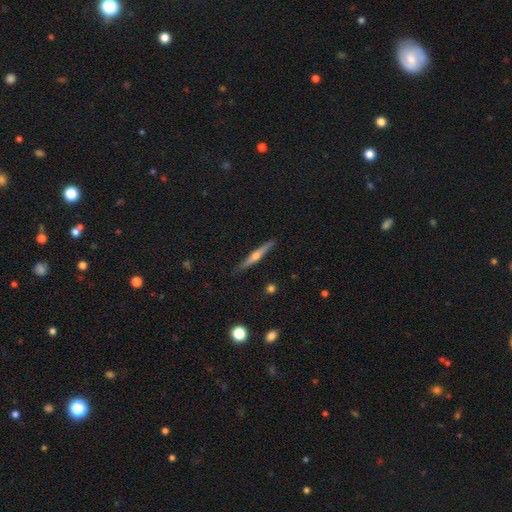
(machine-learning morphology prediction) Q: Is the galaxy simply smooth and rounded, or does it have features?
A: featured or disk — 69%.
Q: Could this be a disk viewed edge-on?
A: yes — 98%.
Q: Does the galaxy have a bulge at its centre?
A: rounded — 88%.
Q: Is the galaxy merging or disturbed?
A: none — 89%.